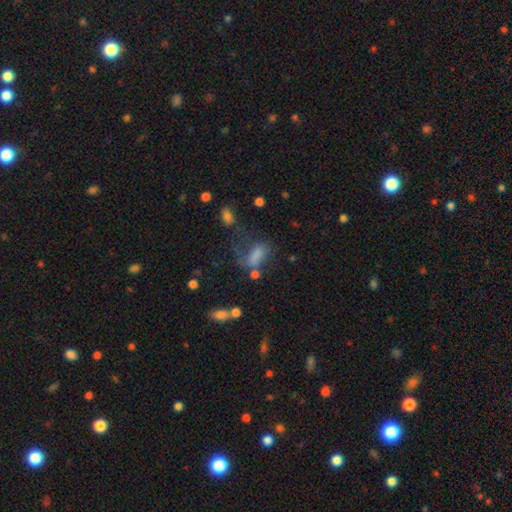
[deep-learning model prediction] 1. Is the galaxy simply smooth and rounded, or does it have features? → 68% smooth, 18% featured or disk, 15% star or artifact.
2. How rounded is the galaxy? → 82% in between, 10% cigar-shaped, 8% round.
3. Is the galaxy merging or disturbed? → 39% major disturbance, 28% none, 21% minor disturbance, 12% merger.